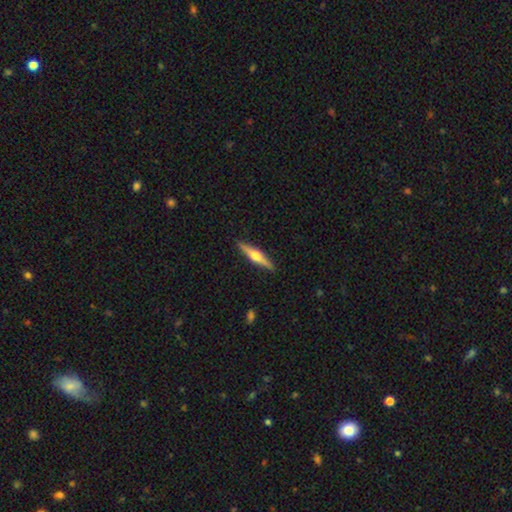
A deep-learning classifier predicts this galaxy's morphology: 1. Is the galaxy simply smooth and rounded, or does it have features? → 68% featured or disk, 27% smooth, 5% star or artifact.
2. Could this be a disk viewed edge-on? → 97% yes, 3% no.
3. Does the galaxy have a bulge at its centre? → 94% rounded, 4% boxy, 2% none.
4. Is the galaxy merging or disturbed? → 91% none, 6% minor disturbance, 1% major disturbance, 1% merger.